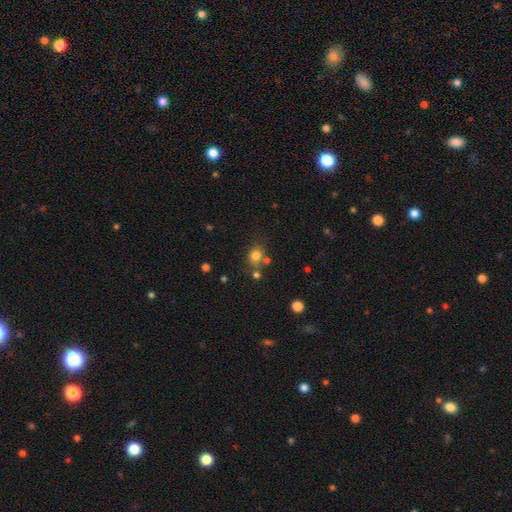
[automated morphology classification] A smooth galaxy with no disk features (77%) that is round (69%). Merging: none (64%).